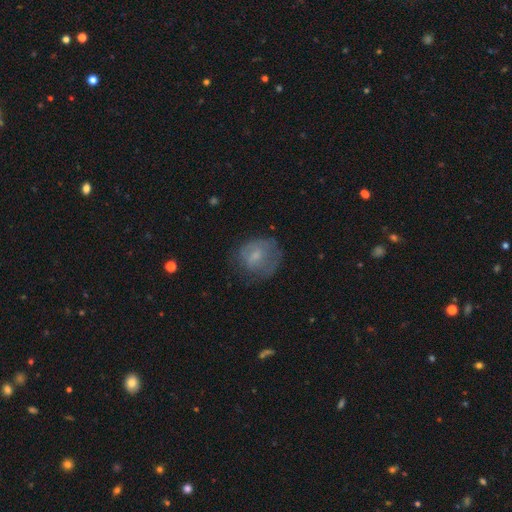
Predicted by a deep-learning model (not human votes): smooth-or-featured: smooth: 55% | featured or disk: 36% | star or artifact: 9%
  how-rounded: round: 69% | in between: 30% | cigar-shaped: 1%
  merging: none: 56% | minor disturbance: 25% | major disturbance: 17% | merger: 2%